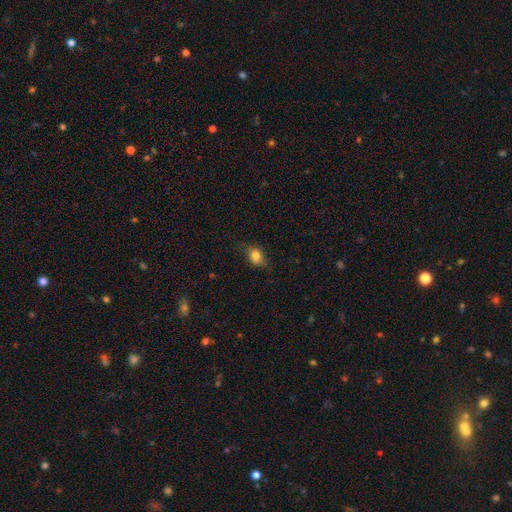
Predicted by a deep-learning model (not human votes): This is clearly a smooth galaxy (82%). How rounded: possibly in between (55%). Merging: likely none (75%).